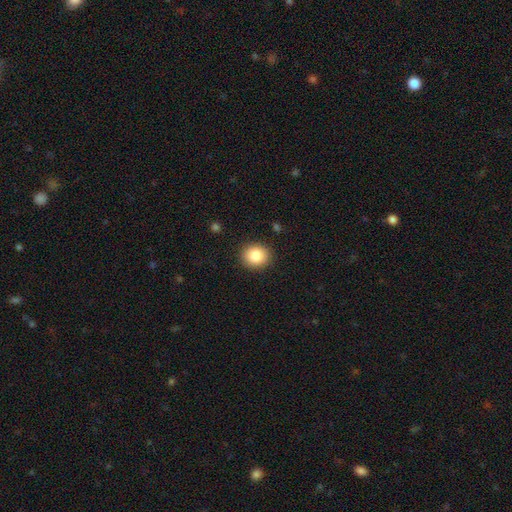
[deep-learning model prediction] Smooth or featured? smooth (85%)
How rounded? round (78%)
Merging? none (90%)